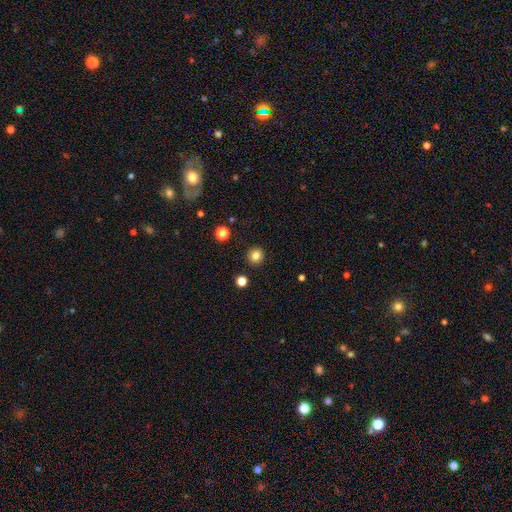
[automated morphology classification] A smooth galaxy with no disk features (83%) that is round (94%). Merging: none (92%).